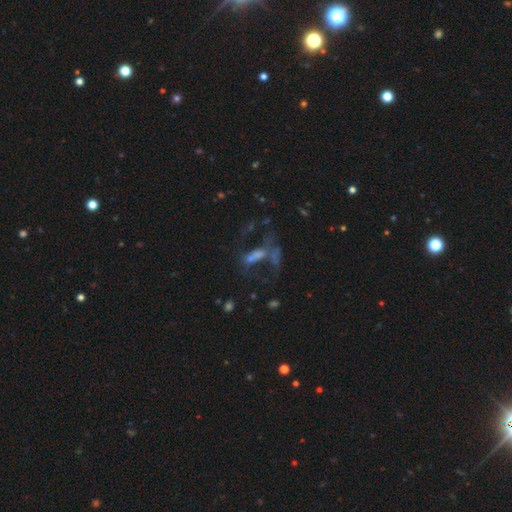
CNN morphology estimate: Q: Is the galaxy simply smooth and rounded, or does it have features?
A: featured or disk — 44%.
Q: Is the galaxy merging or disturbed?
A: major disturbance — 34%.